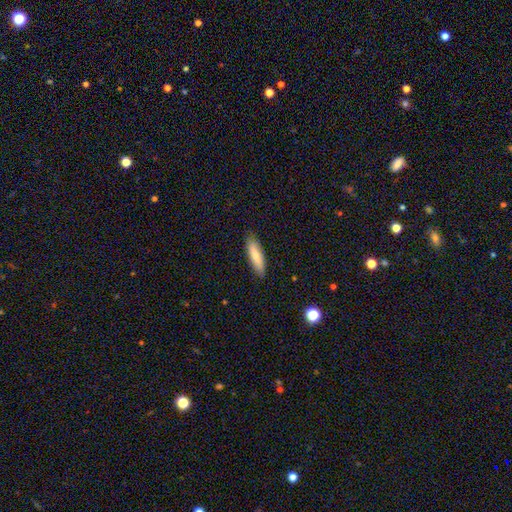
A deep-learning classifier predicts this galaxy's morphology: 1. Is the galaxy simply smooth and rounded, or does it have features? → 78% smooth, 17% featured or disk, 6% star or artifact.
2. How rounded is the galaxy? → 64% cigar-shaped, 35% in between, 2% round.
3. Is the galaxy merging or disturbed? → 86% none, 11% minor disturbance, 2% major disturbance, 1% merger.